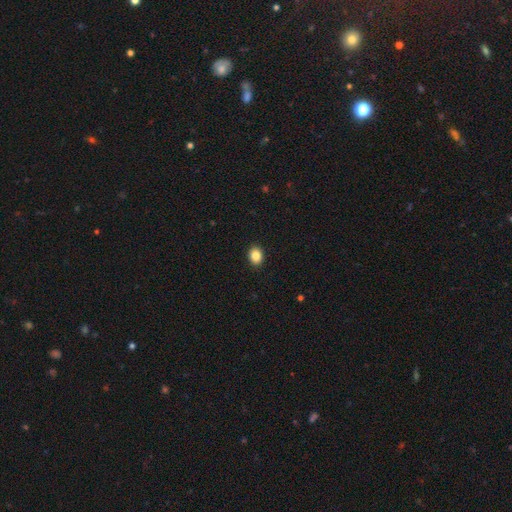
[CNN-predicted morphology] A smooth galaxy with no disk features (86%) that is in between round and cigar-shaped (53%). Merging: none (92%).